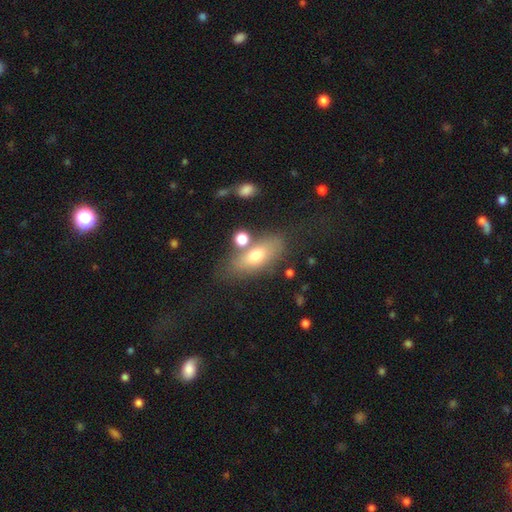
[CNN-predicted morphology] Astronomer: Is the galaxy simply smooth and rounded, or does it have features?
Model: smooth — 66%.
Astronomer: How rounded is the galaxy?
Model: in between — 74%.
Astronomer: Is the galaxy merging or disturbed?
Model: none — 64%.